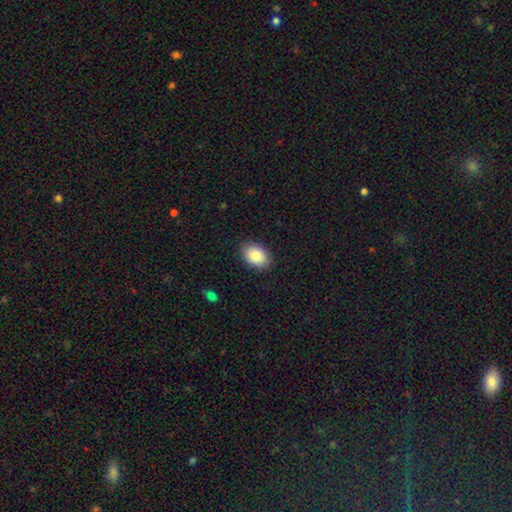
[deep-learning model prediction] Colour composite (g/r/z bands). It shows a smooth galaxy with no disk features (86%) that is in between round and cigar-shaped (82%). Merging: none (87%).